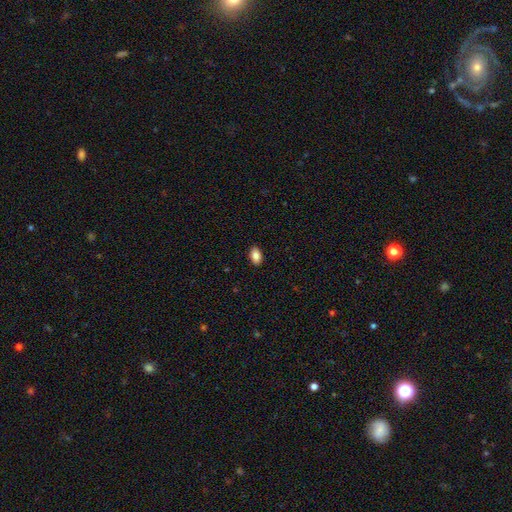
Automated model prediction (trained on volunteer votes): Smooth or featured: smooth — 86% (star or artifact — 8%)
How rounded: in between — 89% (round — 9%)
Merging: none — 90% (minor disturbance — 7%)